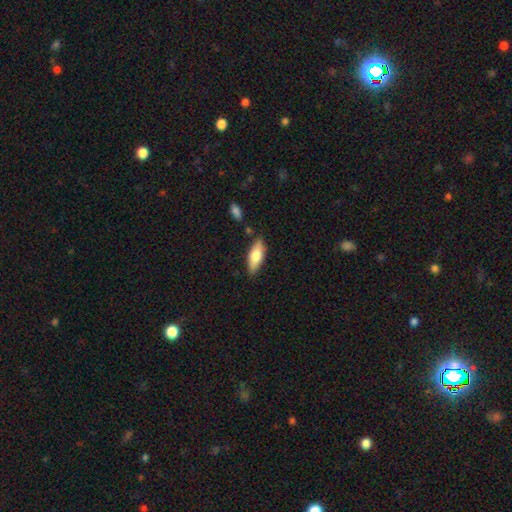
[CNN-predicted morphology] Overall: smooth (66%; featured or disk 28%). How rounded: in between (64%; cigar-shaped 33%). Merging: none (80%).